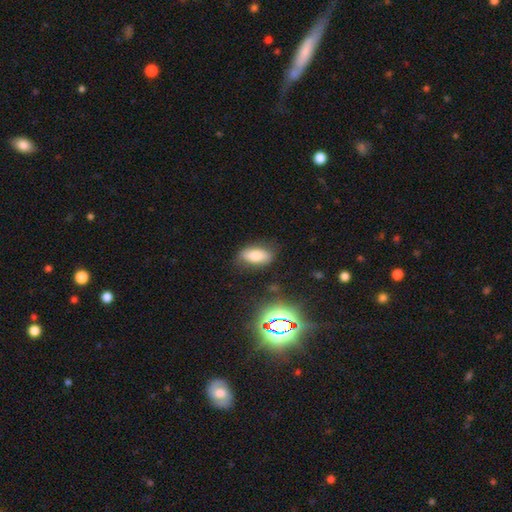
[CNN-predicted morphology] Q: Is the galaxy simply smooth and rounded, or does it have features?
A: smooth — 75%.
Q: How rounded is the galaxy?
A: in between — 87%.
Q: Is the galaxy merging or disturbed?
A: none — 78%.